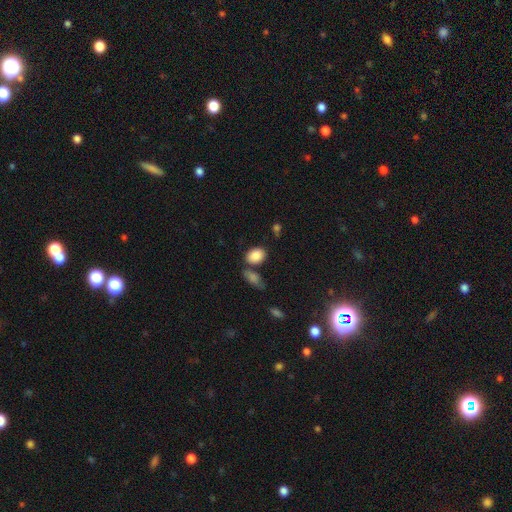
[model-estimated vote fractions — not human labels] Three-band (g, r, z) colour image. It shows a smooth galaxy with no disk features (87%) that is in between round and cigar-shaped (79%). Merging: none (68%).